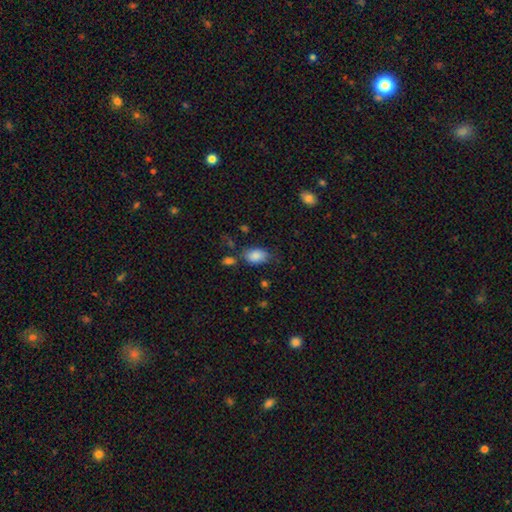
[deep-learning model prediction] This appears to be a smooth galaxy with no disk features (86%) that is in between round and cigar-shaped (88%). Merging: none (65%).